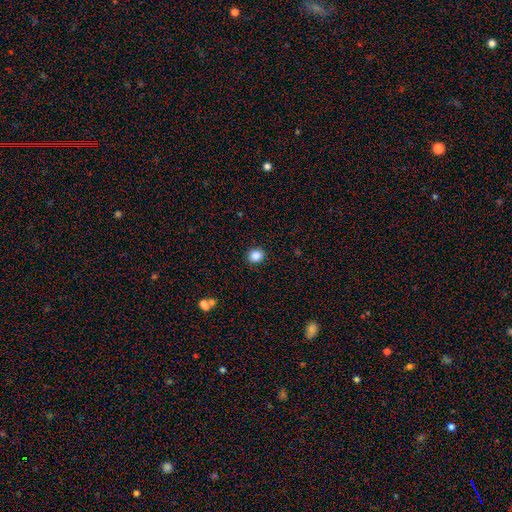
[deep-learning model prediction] The model was most divided on "how rounded": round: 79%, in between: 20%, cigar-shaped: 1%. More confident: merging — none (91%); smooth or featured — smooth (86%).